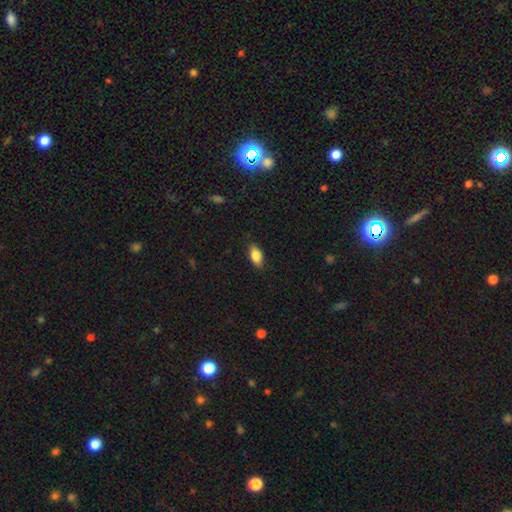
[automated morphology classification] Overall: smooth (83%). How rounded: in between (89%). Merging: none (85%).